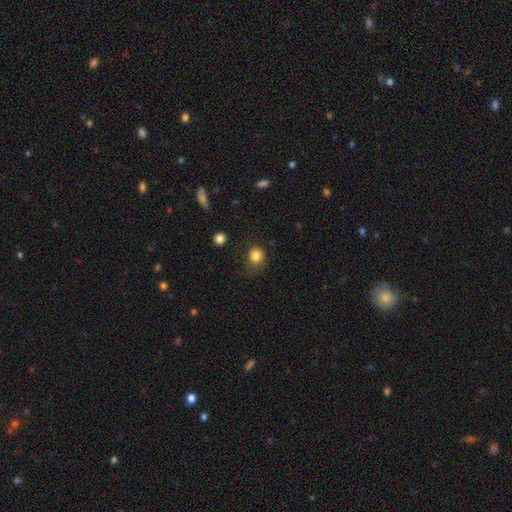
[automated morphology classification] Overall: smooth (84%). How rounded: round (73%). Merging: none (68%).